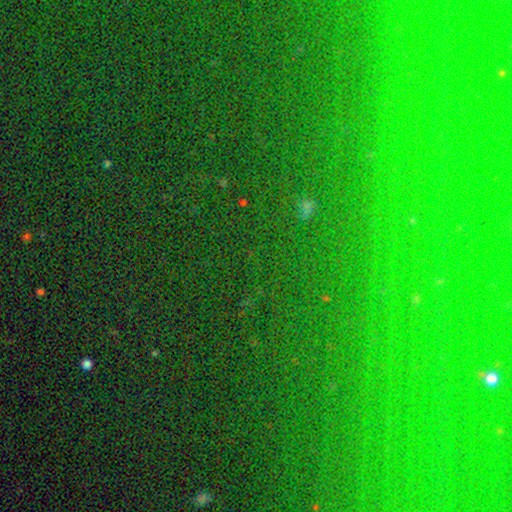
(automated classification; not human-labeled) This appears to be a star or artifact, not a galaxy (80%).